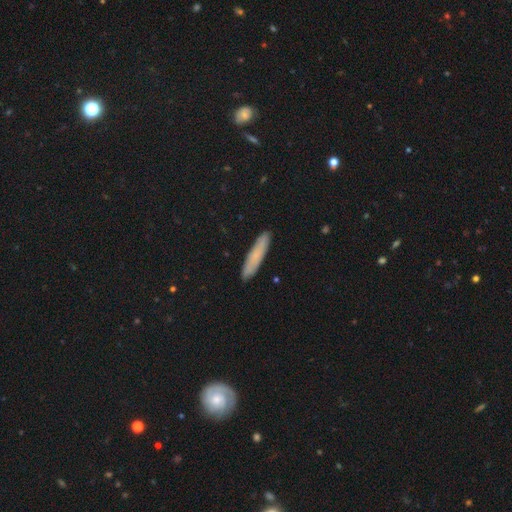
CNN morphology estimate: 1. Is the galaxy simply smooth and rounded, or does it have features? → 75% smooth, 18% featured or disk, 7% star or artifact.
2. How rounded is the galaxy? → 88% cigar-shaped, 10% in between, 1% round.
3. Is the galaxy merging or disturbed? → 90% none, 8% minor disturbance, 1% major disturbance, 1% merger.